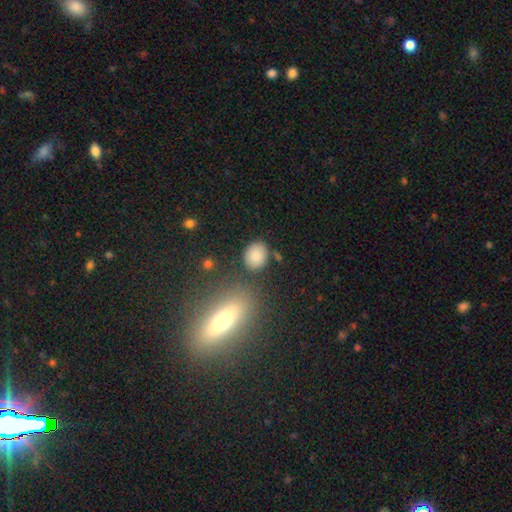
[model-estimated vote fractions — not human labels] Smooth or featured? smooth (85%)
How rounded? round (52%)
Merging? none (77%)